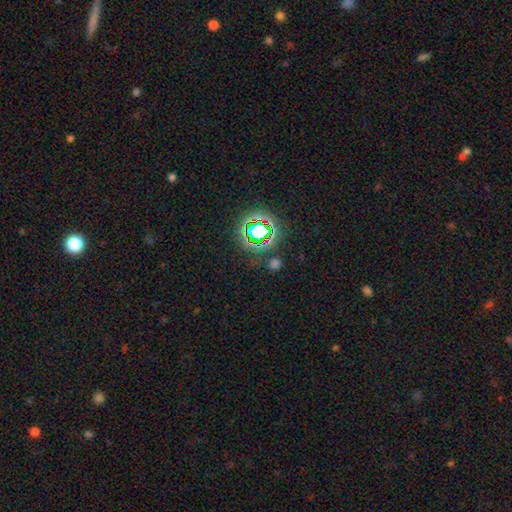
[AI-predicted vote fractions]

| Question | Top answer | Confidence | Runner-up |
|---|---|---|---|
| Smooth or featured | star or artifact | 74% | smooth (18%) |